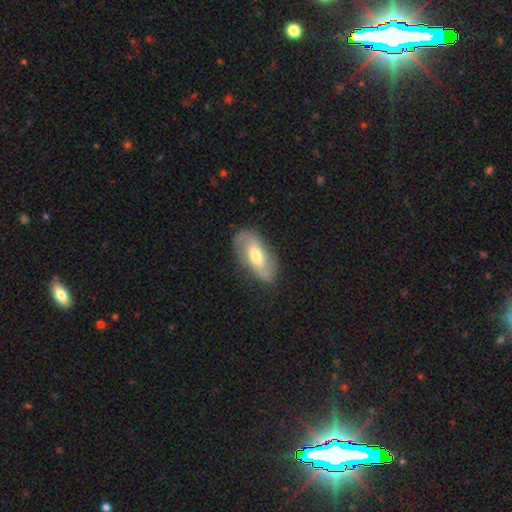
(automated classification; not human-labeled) featured or disk 67%, smooth 27%, star or artifact 6%. Down the decision tree: edge-on disk — no (92%); bar — weak (42%); spiral arms — yes (86%); spiral arm count — 2 (86%); spiral winding — loose (44%); bulge size — moderate (67%); merging — none (81%).